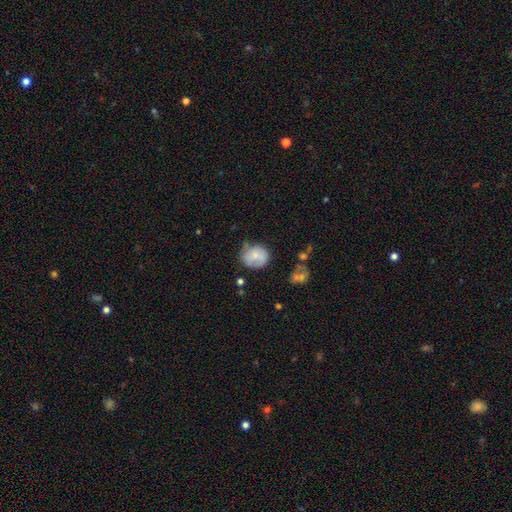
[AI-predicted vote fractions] Smooth or featured? Predicted: smooth (p=0.68). How rounded? Predicted: round (p=0.78). Merging? Predicted: none (p=0.57).